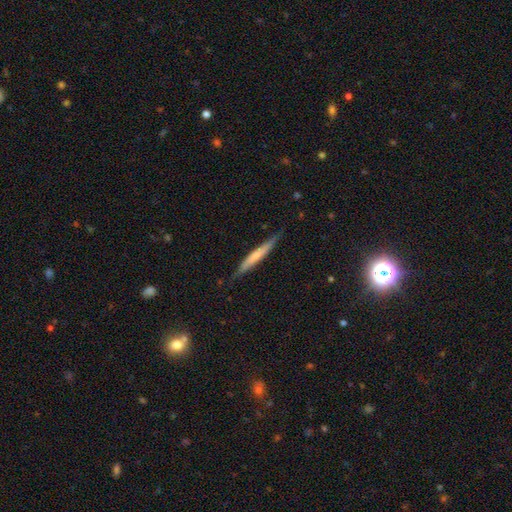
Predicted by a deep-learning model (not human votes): Smooth or featured?
  - smooth: 53% *
  - featured or disk: 42%
  - star or artifact: 5%
How rounded?
  - cigar-shaped: 95% *
  - in between: 3%
  - round: 1%
Merging?
  - none: 84% *
  - minor disturbance: 13%
  - major disturbance: 2%
  - merger: 1%